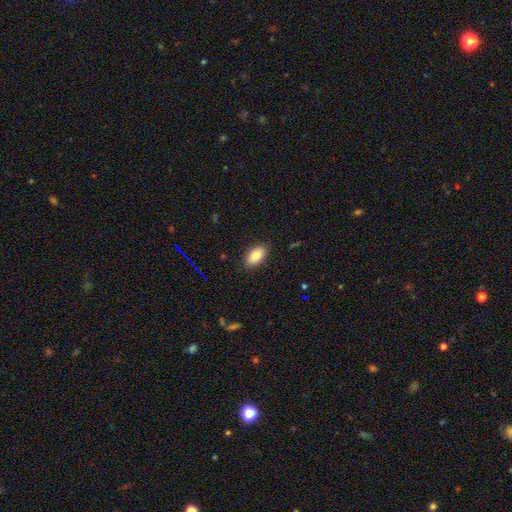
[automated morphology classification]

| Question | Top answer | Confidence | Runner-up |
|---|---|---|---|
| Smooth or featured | smooth | 87% | star or artifact (8%) |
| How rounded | in between | 93% | round (4%) |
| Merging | none | 88% | minor disturbance (9%) |